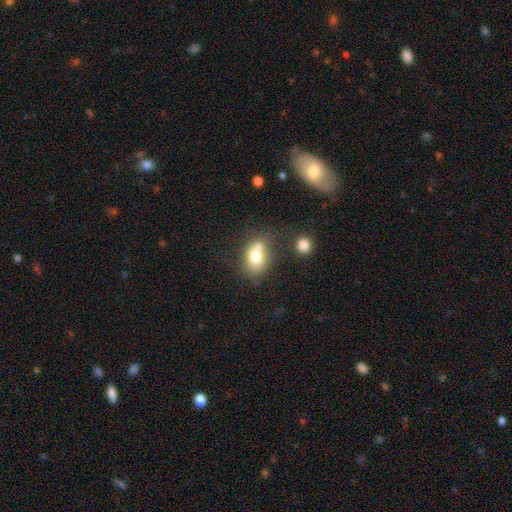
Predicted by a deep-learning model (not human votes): This is likely a smooth galaxy (76%). How rounded: likely in between (76%). Merging: marginally none (45%).